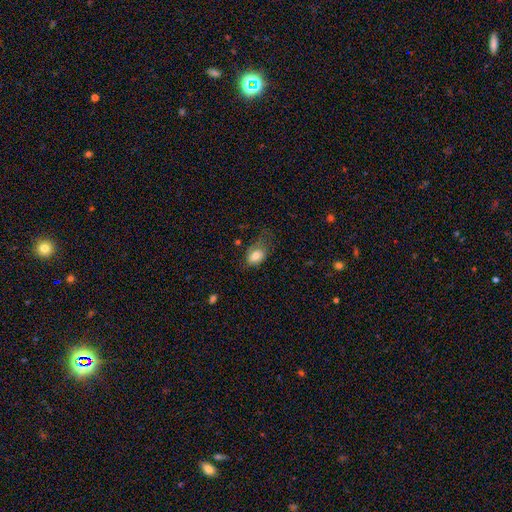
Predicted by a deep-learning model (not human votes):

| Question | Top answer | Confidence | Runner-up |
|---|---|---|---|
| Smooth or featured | smooth | 78% | featured or disk (14%) |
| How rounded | in between | 77% | round (22%) |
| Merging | none | 39% | minor disturbance (31%) |